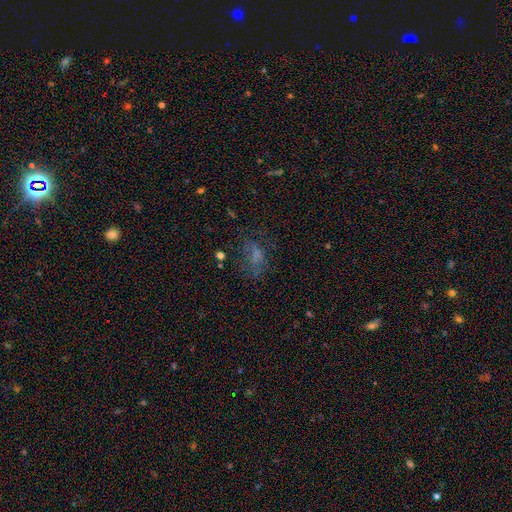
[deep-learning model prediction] Overall: smooth (47%; featured or disk 27%). Merging: none (47%; major disturbance 28%).